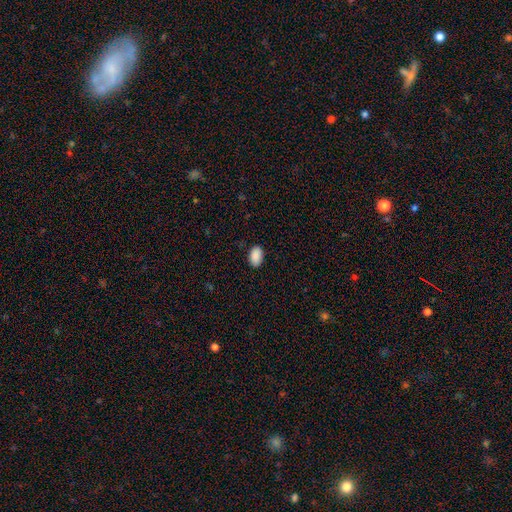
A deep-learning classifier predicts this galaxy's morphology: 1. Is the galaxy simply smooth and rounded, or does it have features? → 90% smooth, 7% star or artifact, 3% featured or disk.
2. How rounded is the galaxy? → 91% in between, 8% round, 1% cigar-shaped.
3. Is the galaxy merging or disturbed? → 88% none, 9% minor disturbance, 2% major disturbance, 1% merger.